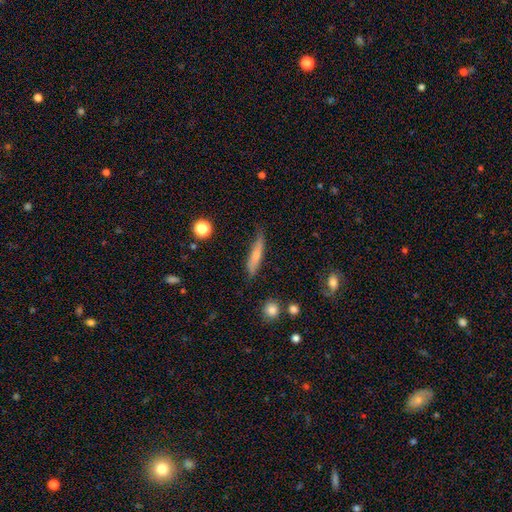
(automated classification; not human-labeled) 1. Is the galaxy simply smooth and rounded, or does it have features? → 68% smooth, 25% featured or disk, 7% star or artifact.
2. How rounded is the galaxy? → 85% cigar-shaped, 13% in between, 2% round.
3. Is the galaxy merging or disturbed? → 72% none, 21% minor disturbance, 4% major disturbance, 2% merger.